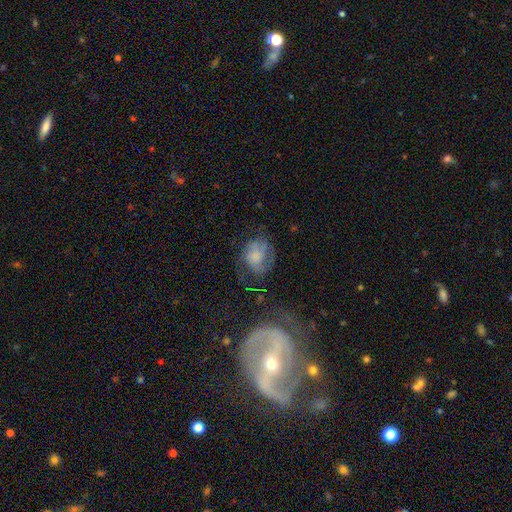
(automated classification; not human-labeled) smooth-or-featured: smooth: 51% | featured or disk: 39% | star or artifact: 10%
  how-rounded: round: 54% | in between: 45% | cigar-shaped: 1%
  merging: none: 43% | minor disturbance: 27% | major disturbance: 26% | merger: 4%